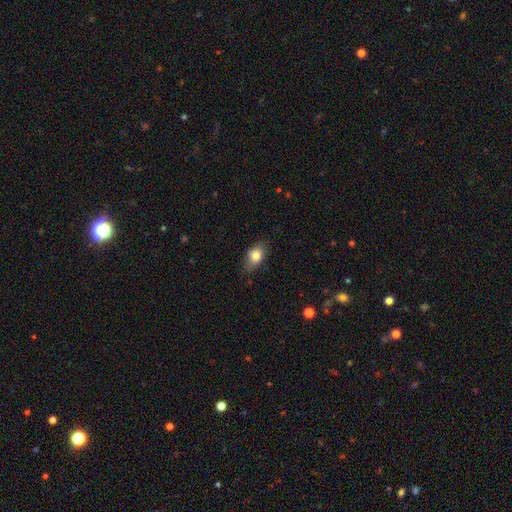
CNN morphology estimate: smooth_or_featured: smooth (p=0.81) [alt: featured or disk p=0.11]
how_rounded: in between (p=0.81) [alt: round p=0.15]
merging: none (p=0.76) [alt: minor disturbance p=0.19]